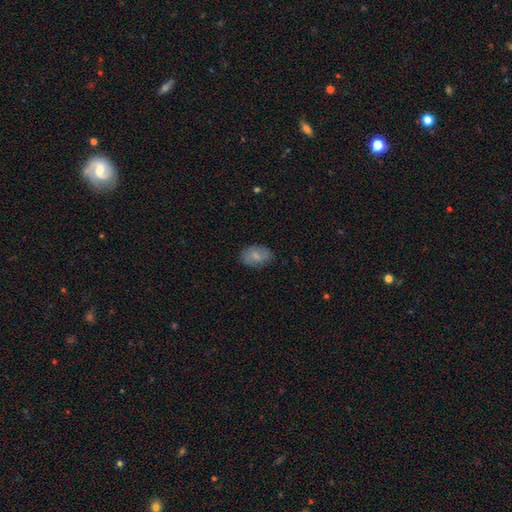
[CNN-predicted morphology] Smooth or featured? Predicted: smooth (p=0.70). How rounded? Predicted: in between (p=0.87). Merging? Predicted: none (p=0.77).